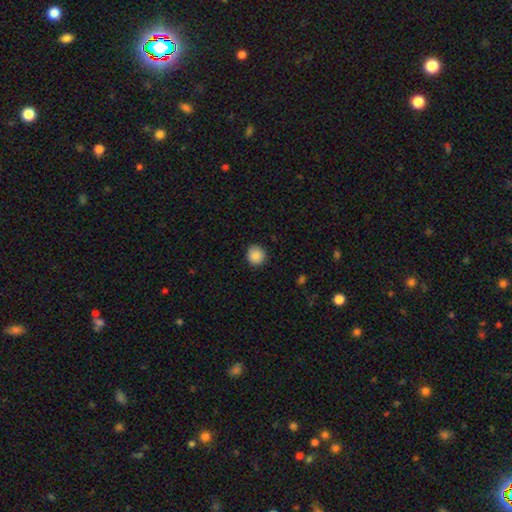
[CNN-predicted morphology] Smooth or featured: smooth — 87% (star or artifact — 9%)
How rounded: round — 92% (in between — 7%)
Merging: none — 90% (minor disturbance — 7%)